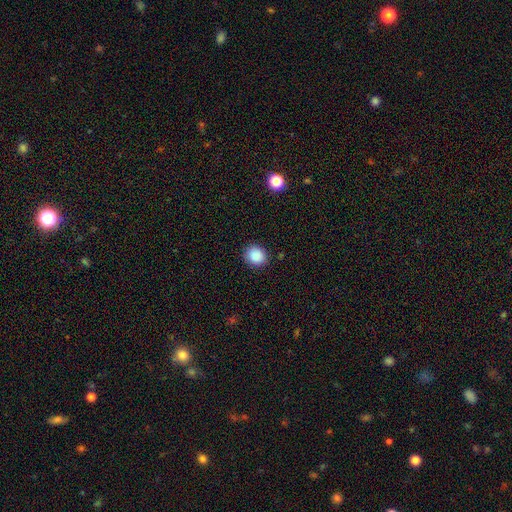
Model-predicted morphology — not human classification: Smooth or featured? smooth (88%)
How rounded? round (75%)
Merging? none (88%)